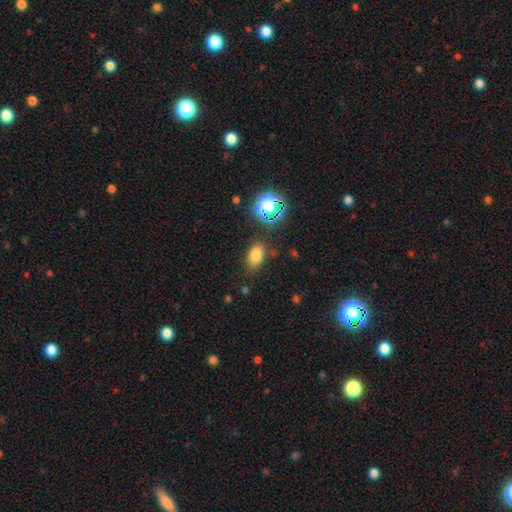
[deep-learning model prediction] A smooth galaxy with no disk features (75%) that is in between round and cigar-shaped (83%). Merging: none (80%).